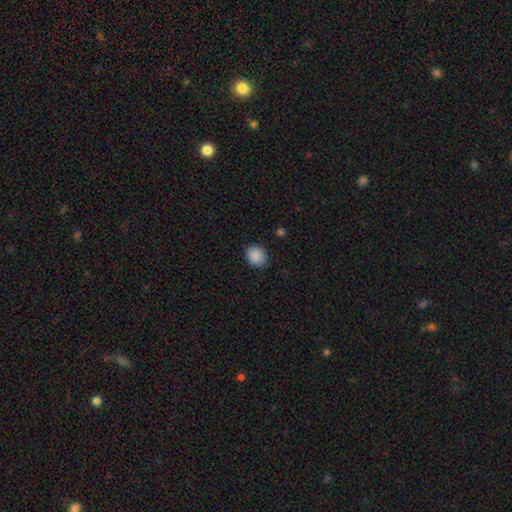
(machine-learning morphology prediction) This is clearly a smooth galaxy (89%). How rounded: likely round (67%). Merging: clearly none (88%).